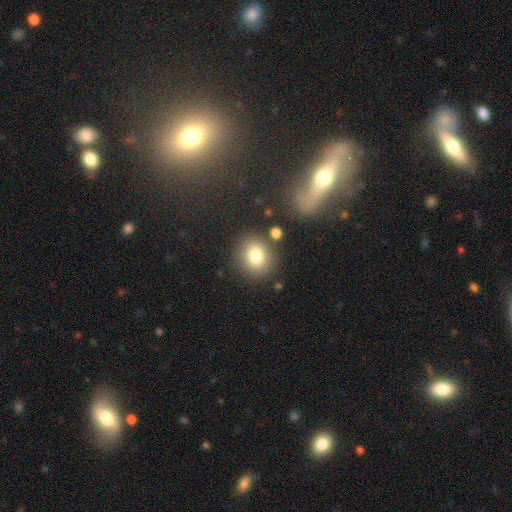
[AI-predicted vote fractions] smooth 80%, star or artifact 11%, featured or disk 9%. Down the decision tree: how rounded — round (68%); merging — none (80%).